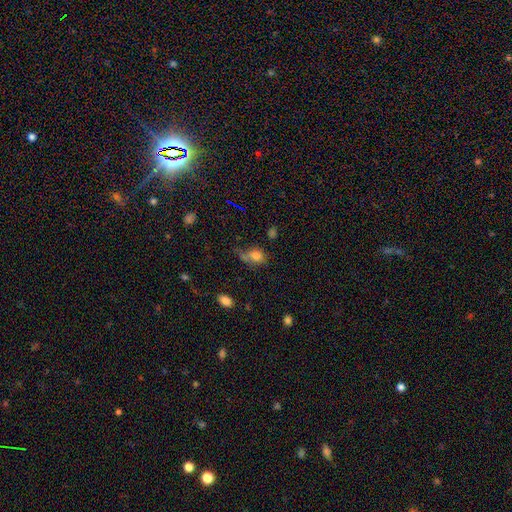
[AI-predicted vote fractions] A smooth galaxy with no disk features (76%) that is in between round and cigar-shaped (56%). Merging: none (43%).